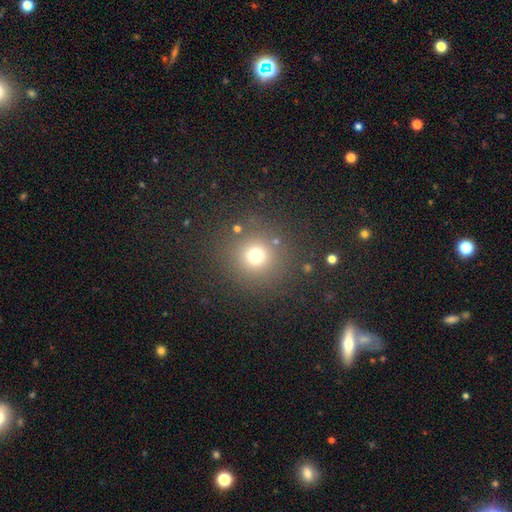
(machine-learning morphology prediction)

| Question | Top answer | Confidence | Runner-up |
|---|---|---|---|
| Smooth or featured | smooth | 71% | star or artifact (20%) |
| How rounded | round | 93% | in between (6%) |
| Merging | none | 84% | minor disturbance (8%) |